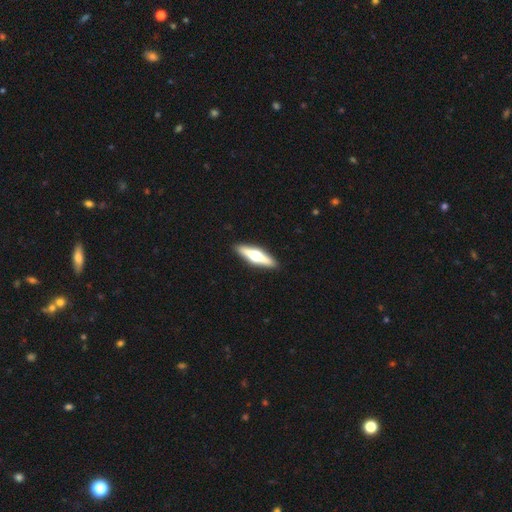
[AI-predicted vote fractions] smooth_or_featured: featured or disk (p=0.65) [alt: smooth p=0.30]
disk_edge_on: yes (p=0.96) [alt: no p=0.04]
edge_on_bulge: rounded (p=0.96) [alt: boxy p=0.03]
merging: none (p=0.92) [alt: minor disturbance p=0.06]